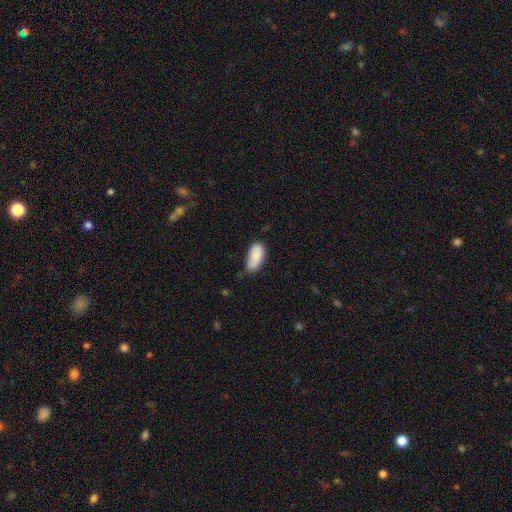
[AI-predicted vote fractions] Smooth or featured? Predicted: smooth (p=0.87). How rounded? Predicted: in between (p=0.92). Merging? Predicted: none (p=0.53).